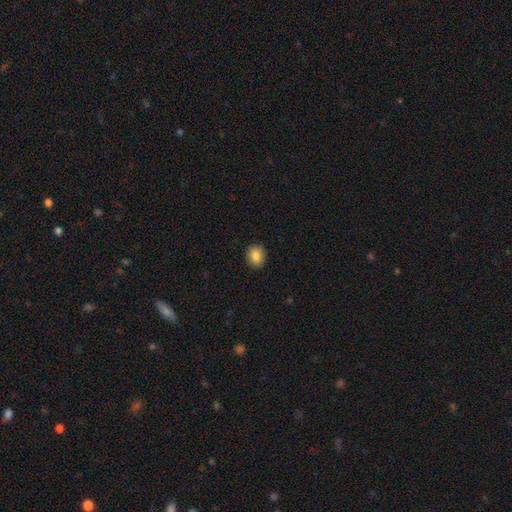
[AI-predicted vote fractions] smooth_or_featured: smooth (p=0.86) [alt: star or artifact p=0.09]
how_rounded: round (p=0.61) [alt: in between p=0.38]
merging: none (p=0.88) [alt: minor disturbance p=0.09]